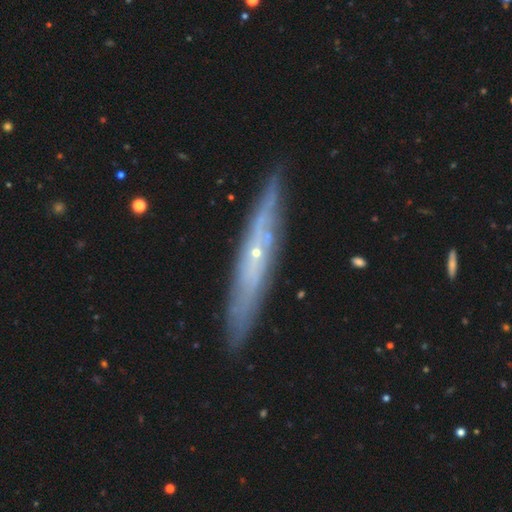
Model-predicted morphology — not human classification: Q: Smooth or featured?
A: featured or disk (73%); runner-up: smooth (20%)
Q: Edge-on disk?
A: yes (71%); runner-up: no (29%)
Q: Edge-on bulge?
A: rounded (53%); runner-up: none (44%)
Q: Merging?
A: none (87%); runner-up: minor disturbance (10%)